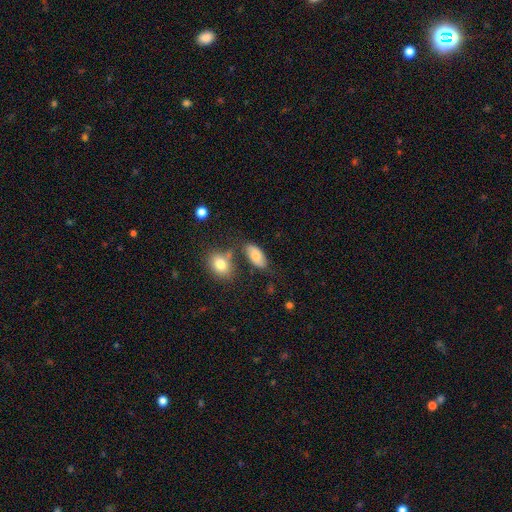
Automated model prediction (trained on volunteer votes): A smooth galaxy with no disk features (75%) that is in between round and cigar-shaped (92%). Merging: none (65%).